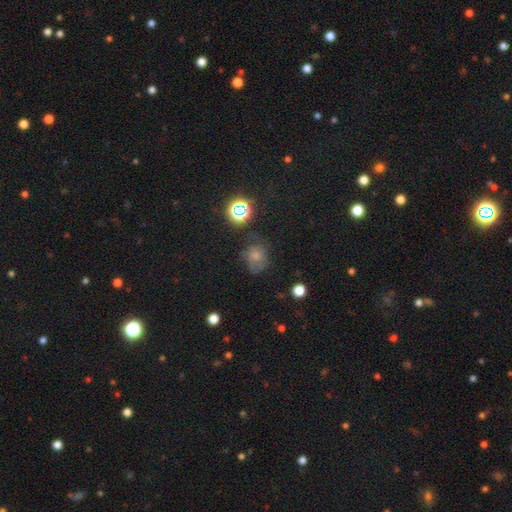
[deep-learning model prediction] smooth 53%, featured or disk 25%, star or artifact 22%. Down the decision tree: how rounded — round (63%); merging — none (49%).